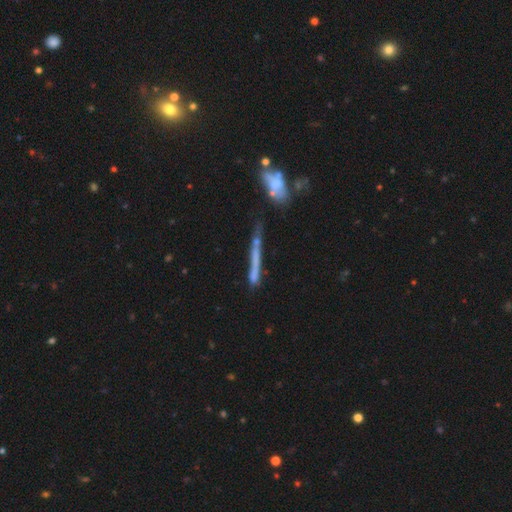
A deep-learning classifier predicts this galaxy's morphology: This appears to be a featured or disk galaxy (49%). Merging: none (56%).